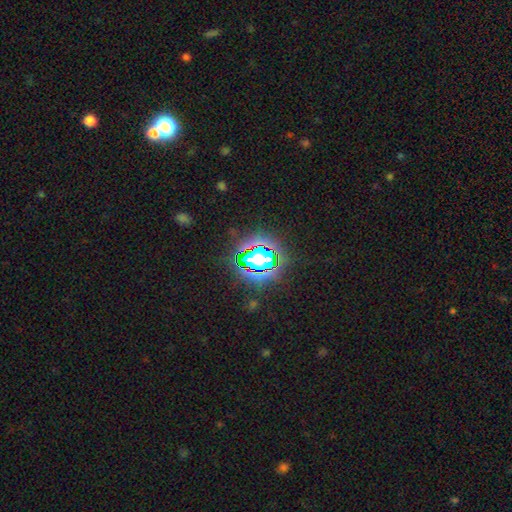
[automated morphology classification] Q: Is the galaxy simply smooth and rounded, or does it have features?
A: star or artifact — 66%.